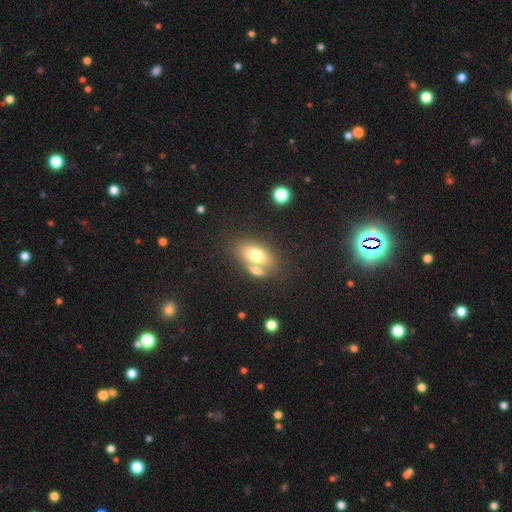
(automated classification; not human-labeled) This is likely a smooth galaxy (69%). How rounded: clearly in between (86%). Merging: possibly none (47%).